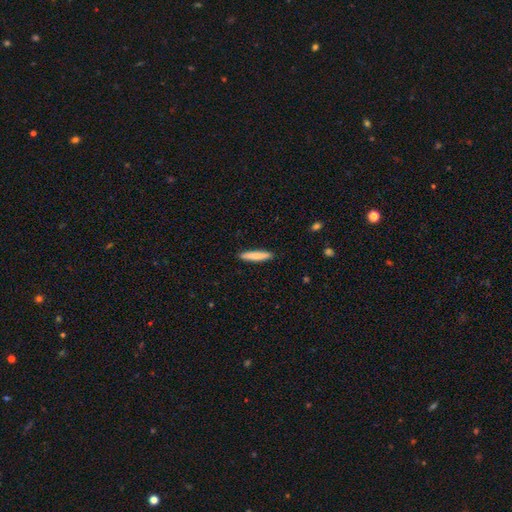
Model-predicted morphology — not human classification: This appears to be a smooth galaxy with no disk features (80%) that is cigar-shaped (91%). Merging: none (91%).